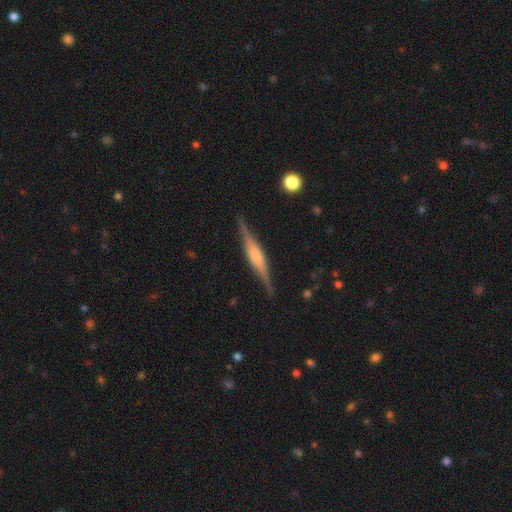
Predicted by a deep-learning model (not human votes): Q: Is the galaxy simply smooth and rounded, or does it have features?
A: featured or disk — 77%.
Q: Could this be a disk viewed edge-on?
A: yes — 97%.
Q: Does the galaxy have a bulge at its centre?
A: rounded — 54%.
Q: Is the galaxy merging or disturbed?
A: none — 87%.